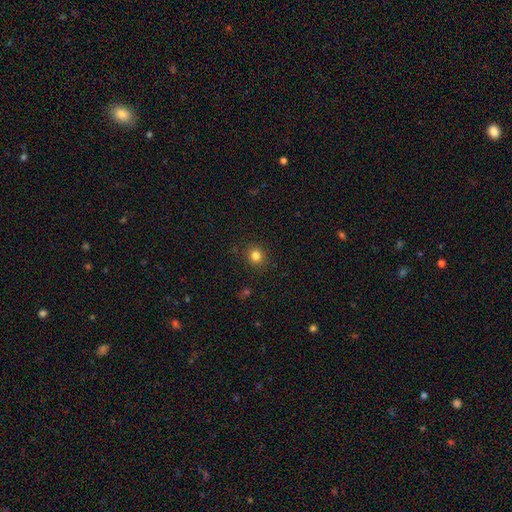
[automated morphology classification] smooth 81%, star or artifact 13%, featured or disk 6%. Down the decision tree: how rounded — round (86%); merging — none (90%).